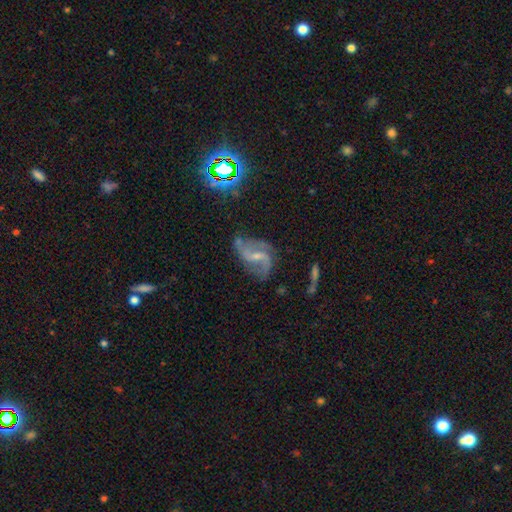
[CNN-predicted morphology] A featured or disk galaxy (82%) with a weak bar (52%), 2 (84%) loose (61%) spiral arms (94%) and a small central bulge (59%). Merging: none (57%).